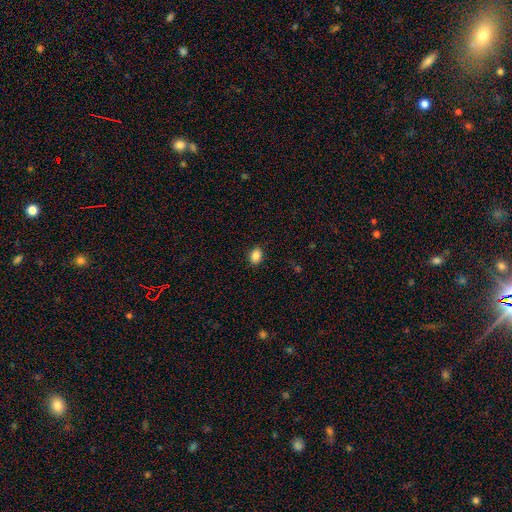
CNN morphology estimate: type=smooth (87%); roundness=in between (70%); merging=none (89%).